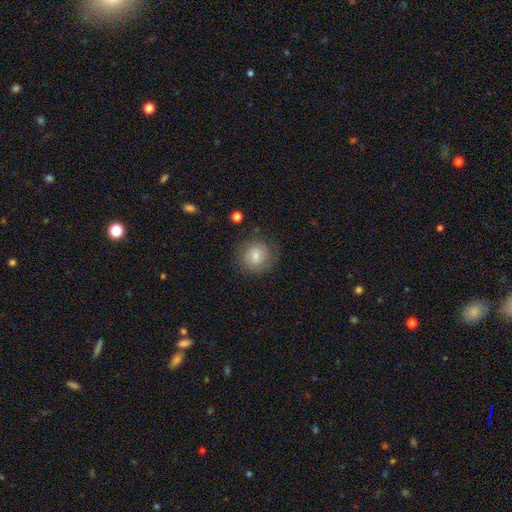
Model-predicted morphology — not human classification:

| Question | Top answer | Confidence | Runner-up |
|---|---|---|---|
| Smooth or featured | smooth | 77% | featured or disk (15%) |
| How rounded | round | 89% | in between (10%) |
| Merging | none | 81% | minor disturbance (13%) |